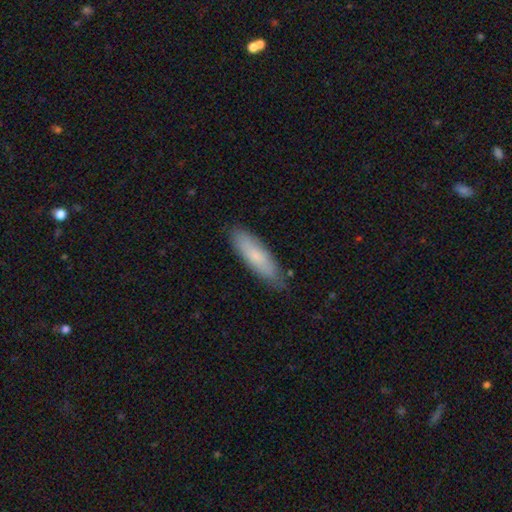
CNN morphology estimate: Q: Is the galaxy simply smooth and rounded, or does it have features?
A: smooth — 77%.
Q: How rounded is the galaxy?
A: cigar-shaped — 60%.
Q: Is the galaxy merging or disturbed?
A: none — 82%.